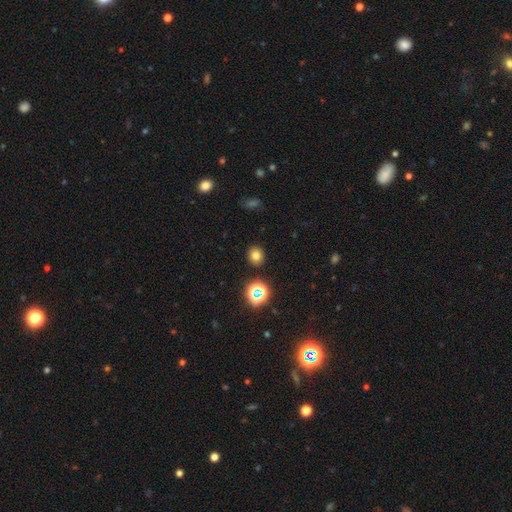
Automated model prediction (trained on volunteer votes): smooth_or_featured: smooth (p=0.75) [alt: star or artifact p=0.18]
how_rounded: round (p=0.79) [alt: in between p=0.20]
merging: none (p=0.90) [alt: minor disturbance p=0.06]